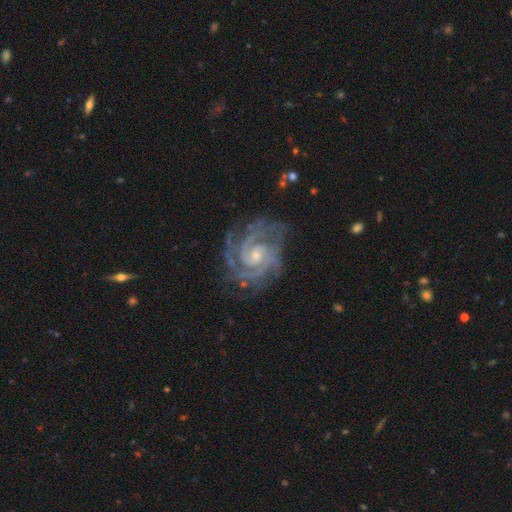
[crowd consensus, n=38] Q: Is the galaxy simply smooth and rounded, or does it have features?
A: featured or disk — 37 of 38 (97%).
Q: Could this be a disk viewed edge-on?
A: no — 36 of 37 (97%).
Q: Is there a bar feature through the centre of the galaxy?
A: no — 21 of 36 (58%).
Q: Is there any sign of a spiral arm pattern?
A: yes — 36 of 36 (100%).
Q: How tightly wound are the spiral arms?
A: tight — 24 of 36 (67%).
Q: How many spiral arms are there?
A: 2 — 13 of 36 (36%, tied with 3).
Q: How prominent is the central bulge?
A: small — 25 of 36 (69%).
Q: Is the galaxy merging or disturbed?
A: none — 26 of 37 (70%).